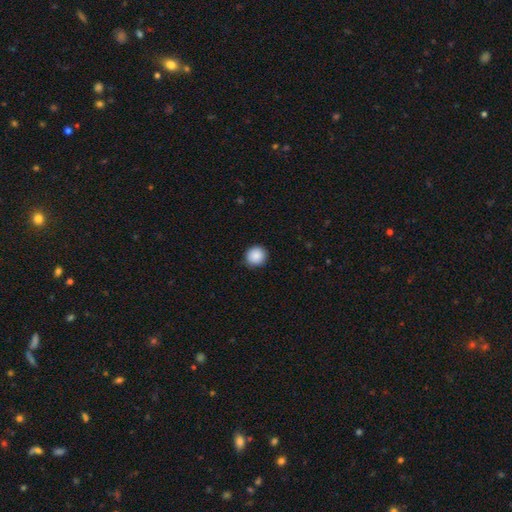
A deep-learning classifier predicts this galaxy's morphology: Smooth or featured: smooth — 89% (star or artifact — 8%)
How rounded: round — 91% (in between — 8%)
Merging: none — 90% (minor disturbance — 7%)